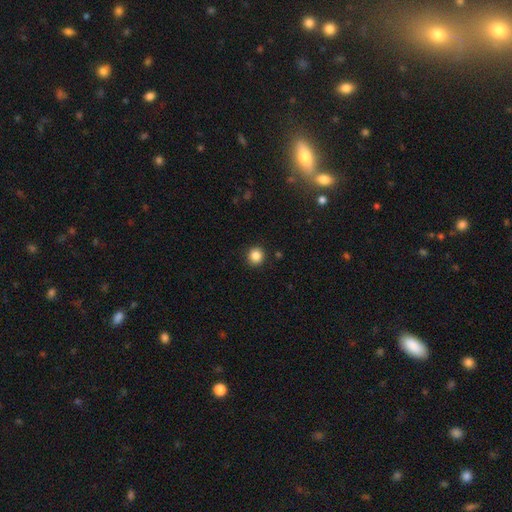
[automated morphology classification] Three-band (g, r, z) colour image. It shows a smooth galaxy with no disk features (85%) that is round (92%). Merging: none (92%).